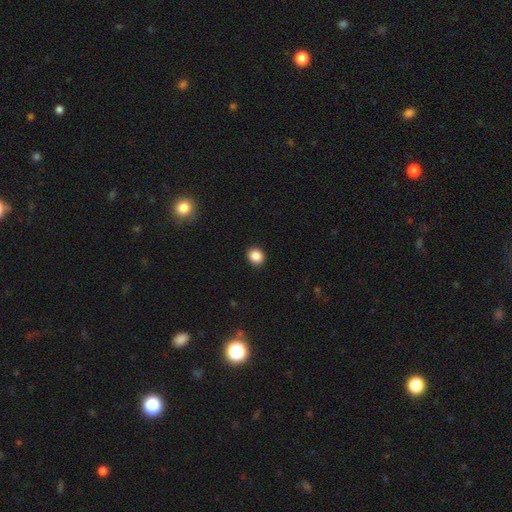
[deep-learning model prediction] Q: Smooth or featured?
A: smooth (87%); runner-up: star or artifact (9%)
Q: How rounded?
A: round (65%); runner-up: in between (34%)
Q: Merging?
A: none (90%); runner-up: minor disturbance (7%)